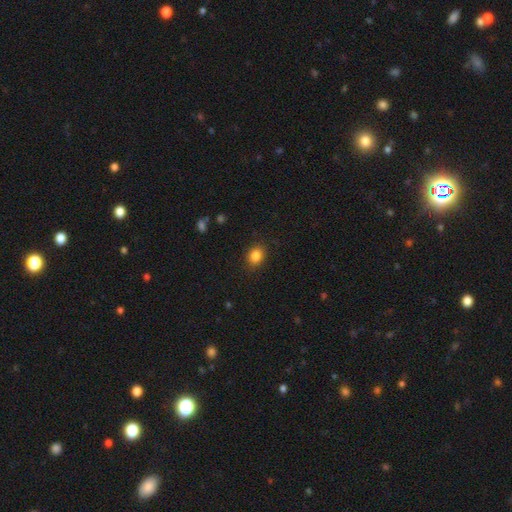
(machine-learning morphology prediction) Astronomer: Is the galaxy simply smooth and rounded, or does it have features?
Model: smooth — 85%.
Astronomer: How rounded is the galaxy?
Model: round — 52% (runner-up: in between, 47%).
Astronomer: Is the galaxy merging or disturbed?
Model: none — 86%.